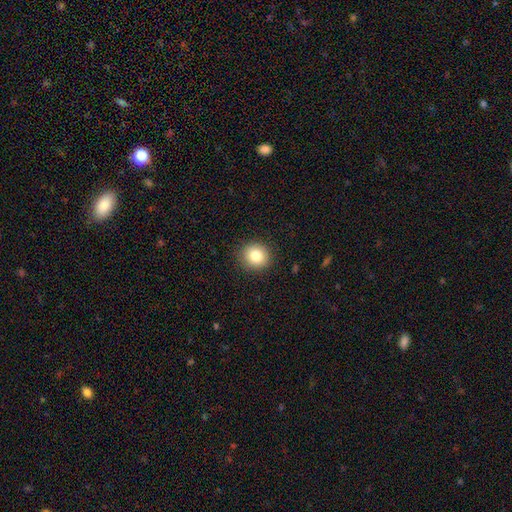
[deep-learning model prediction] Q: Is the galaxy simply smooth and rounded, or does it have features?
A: smooth — 83%.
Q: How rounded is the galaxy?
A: round — 88%.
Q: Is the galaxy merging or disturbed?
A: none — 91%.